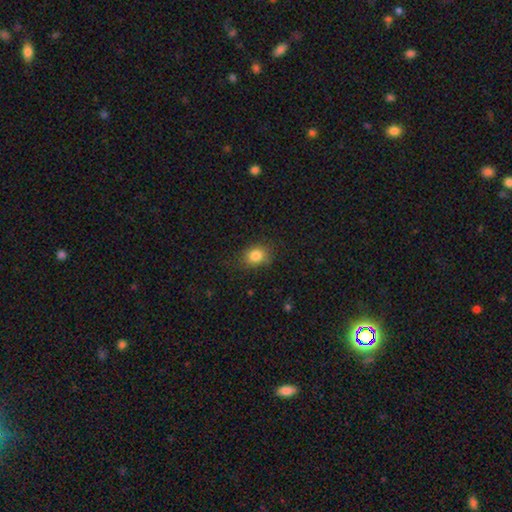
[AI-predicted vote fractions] Smooth or featured? Predicted: smooth (p=0.83). How rounded? Predicted: round (p=0.50). Merging? Predicted: none (p=0.78).